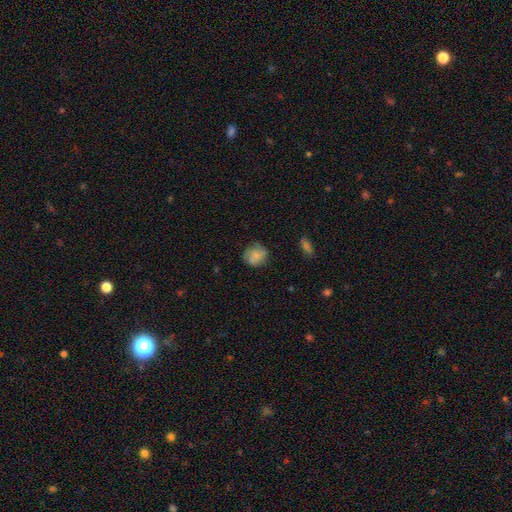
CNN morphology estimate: type=smooth (71%); roundness=round (81%); merging=none (71%).